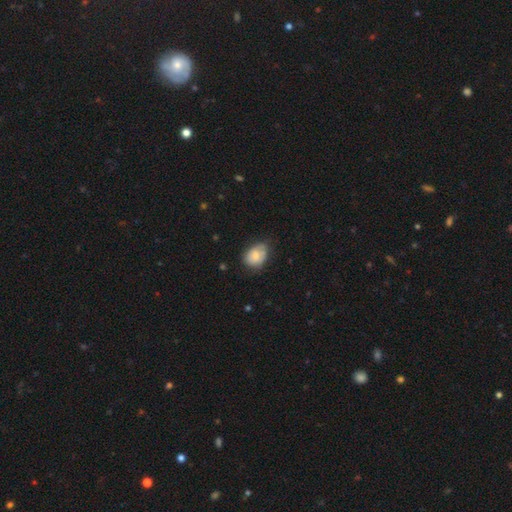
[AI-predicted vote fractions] Smooth or featured? Predicted: smooth (p=0.75). How rounded? Predicted: in between (p=0.59). Merging? Predicted: none (p=0.54).